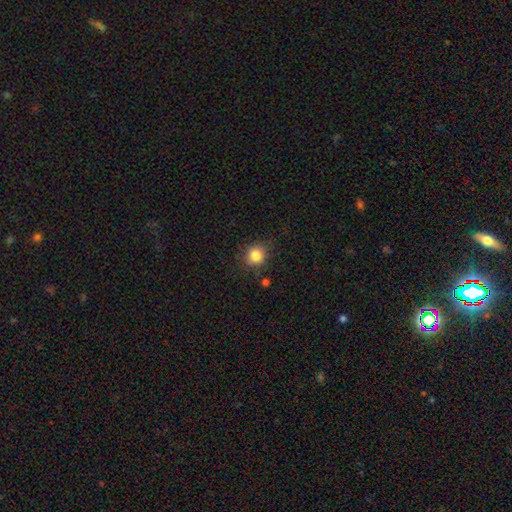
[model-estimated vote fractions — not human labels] The model was most divided on "how rounded": round: 83%, in between: 16%, cigar-shaped: 1%. More confident: smooth or featured — smooth (84%); merging — none (82%).